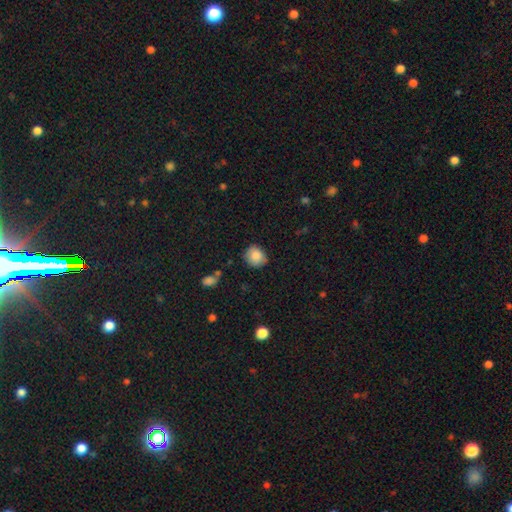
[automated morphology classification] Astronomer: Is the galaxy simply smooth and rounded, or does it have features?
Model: smooth — 86%.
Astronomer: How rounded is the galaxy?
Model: round — 72%.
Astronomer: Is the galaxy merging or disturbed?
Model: none — 77%.